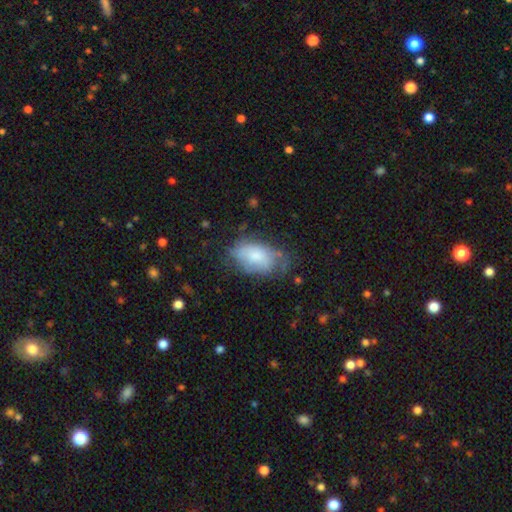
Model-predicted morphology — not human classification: smooth 64%, featured or disk 29%, star or artifact 7%. Down the decision tree: how rounded — in between (92%); merging — none (45%).